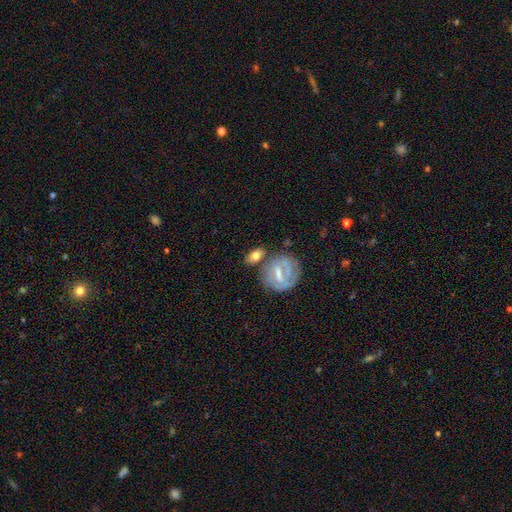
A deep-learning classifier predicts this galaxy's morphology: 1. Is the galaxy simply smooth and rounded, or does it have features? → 60% smooth, 32% featured or disk, 8% star or artifact.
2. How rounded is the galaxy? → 70% in between, 23% round, 6% cigar-shaped.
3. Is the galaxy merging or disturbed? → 61% none, 18% merger, 16% minor disturbance, 6% major disturbance.